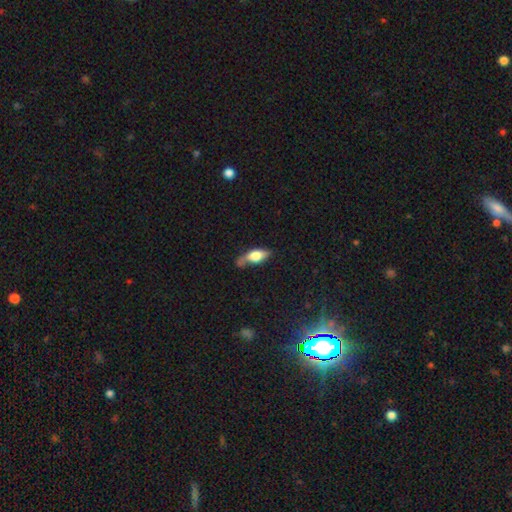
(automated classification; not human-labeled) smooth 62%, featured or disk 31%, star or artifact 7%. Down the decision tree: how rounded — in between (75%); merging — none (45%).